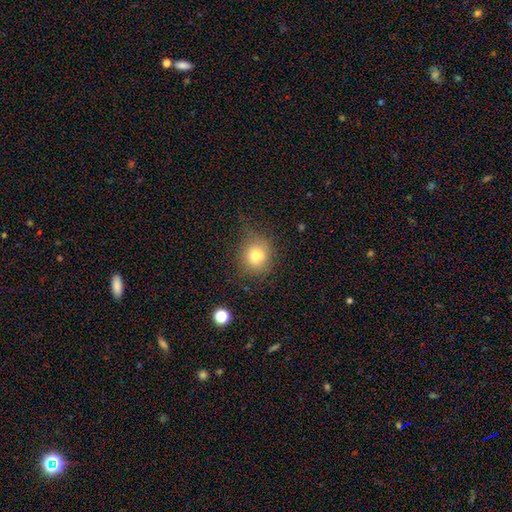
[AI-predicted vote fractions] A smooth galaxy with no disk features (71%) that is round (80%). Merging: none (57%).